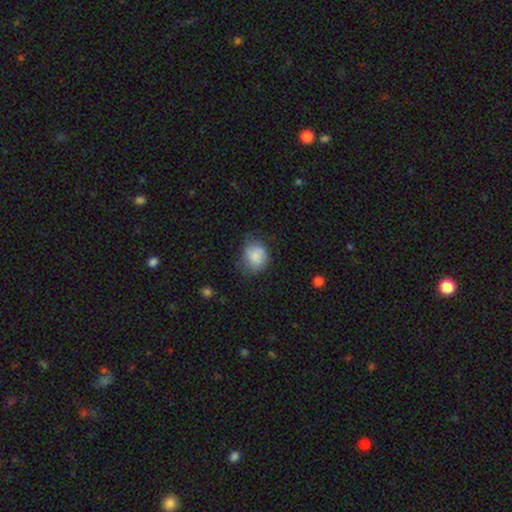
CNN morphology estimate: Q: Smooth or featured?
A: smooth (79%); runner-up: featured or disk (13%)
Q: How rounded?
A: round (63%); runner-up: in between (36%)
Q: Merging?
A: none (58%); runner-up: minor disturbance (30%)